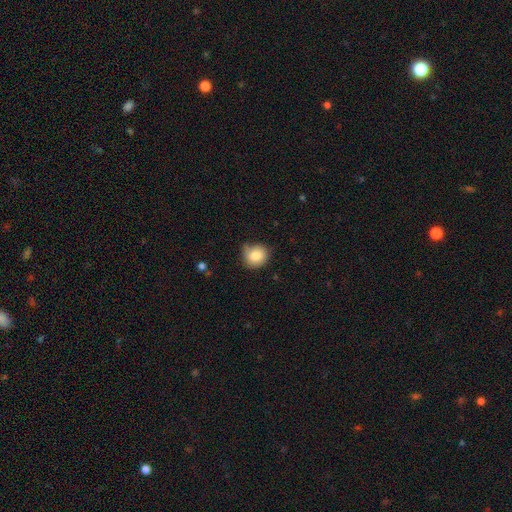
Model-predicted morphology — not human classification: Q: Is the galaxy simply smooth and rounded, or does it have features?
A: smooth — 82%.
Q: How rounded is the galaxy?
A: round — 83%.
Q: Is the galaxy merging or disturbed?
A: none — 66%.